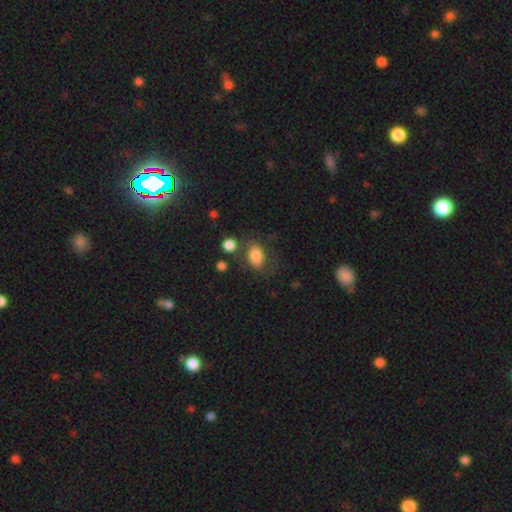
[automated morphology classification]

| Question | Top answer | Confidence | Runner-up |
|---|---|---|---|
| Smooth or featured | smooth | 80% | featured or disk (12%) |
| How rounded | in between | 83% | round (15%) |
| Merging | none | 60% | minor disturbance (19%) |